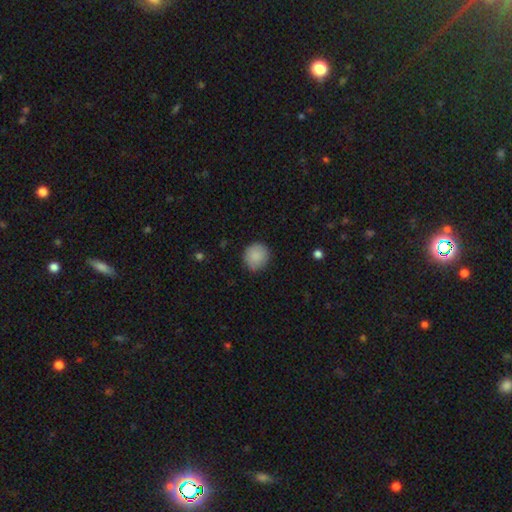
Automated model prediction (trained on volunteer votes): smooth 88%, star or artifact 8%, featured or disk 4%. Down the decision tree: how rounded — round (89%); merging — none (86%).